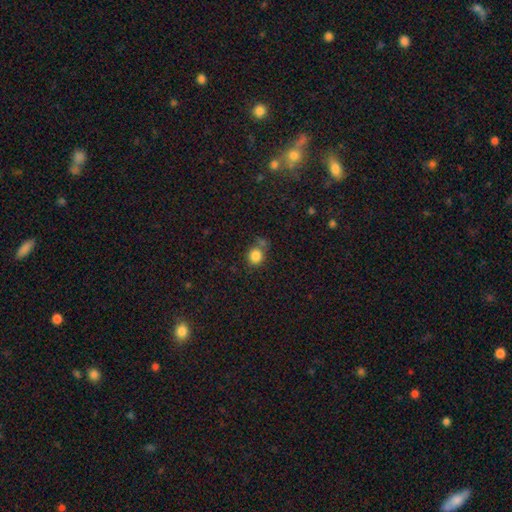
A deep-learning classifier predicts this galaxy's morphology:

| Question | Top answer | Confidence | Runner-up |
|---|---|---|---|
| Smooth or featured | smooth | 84% | star or artifact (11%) |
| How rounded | round | 79% | in between (20%) |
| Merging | none | 65% | merger (16%) |